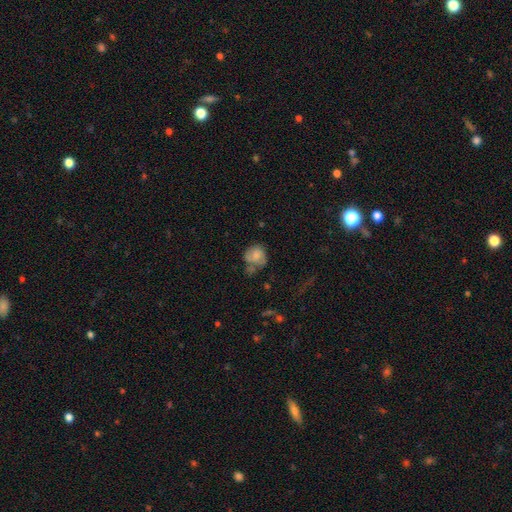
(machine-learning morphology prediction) A smooth galaxy with no disk features (67%) that is round (69%).

Vote fractions:
- Smooth or featured? smooth: 67% / featured or disk: 24% / star or artifact: 9%
- How rounded? round: 69% / in between: 30% / cigar-shaped: 1%
- Merging? none: 36% / minor disturbance: 30% / major disturbance: 20% / merger: 14%